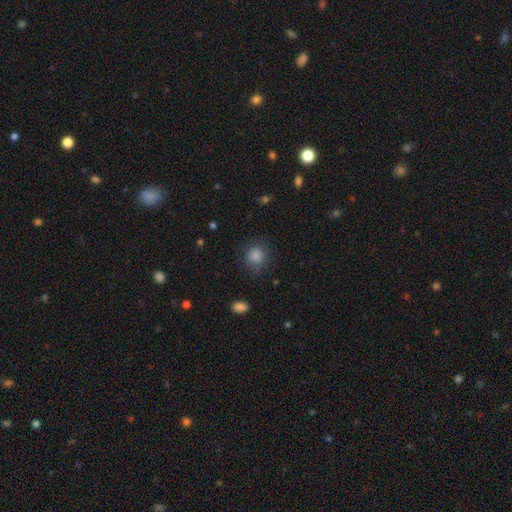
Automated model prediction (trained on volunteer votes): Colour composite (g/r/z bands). It shows a smooth galaxy with no disk features (85%) that is round (85%). Merging: none (75%).